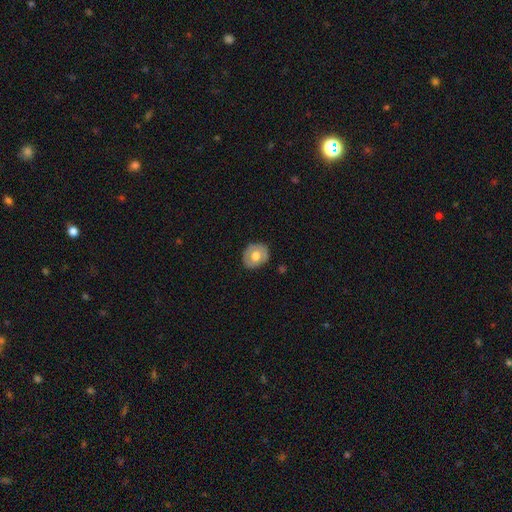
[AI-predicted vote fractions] smooth_or_featured: smooth (p=0.58) [alt: featured or disk p=0.36]
how_rounded: round (p=0.65) [alt: in between p=0.34]
merging: none (p=0.80) [alt: minor disturbance p=0.15]